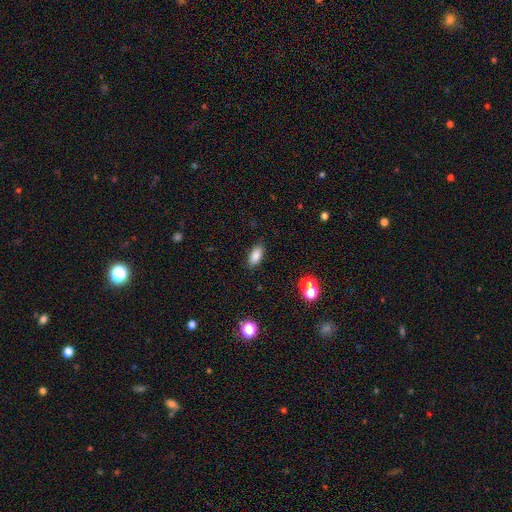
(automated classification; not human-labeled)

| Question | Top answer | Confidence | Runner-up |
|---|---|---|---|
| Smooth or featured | smooth | 85% | star or artifact (9%) |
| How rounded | in between | 89% | cigar-shaped (7%) |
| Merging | none | 86% | minor disturbance (9%) |